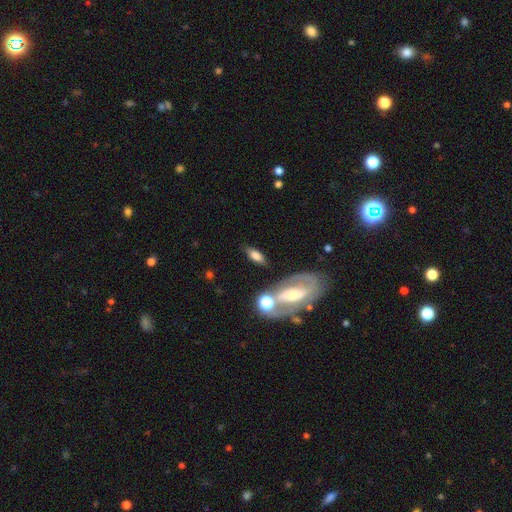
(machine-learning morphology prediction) A smooth galaxy with no disk features (59%) that is in between round and cigar-shaped (72%). Merging: none (74%).